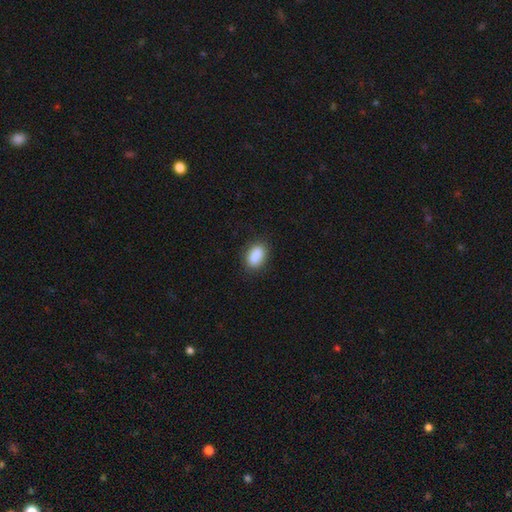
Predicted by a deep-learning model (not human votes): Smooth or featured: smooth — 89% (star or artifact — 7%)
How rounded: in between — 89% (round — 9%)
Merging: none — 85% (minor disturbance — 11%)